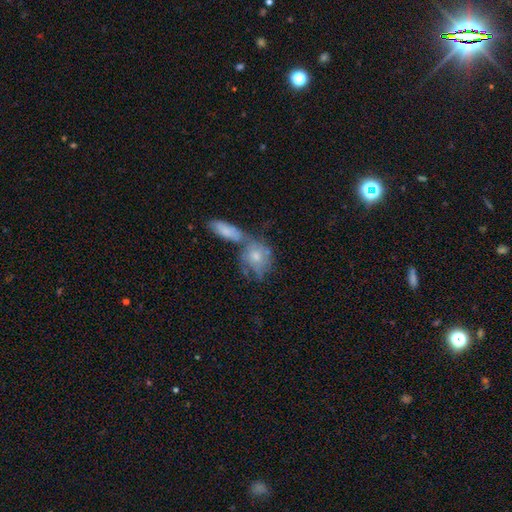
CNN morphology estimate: Smooth or featured? smooth (49%)
Merging? merger (47%)